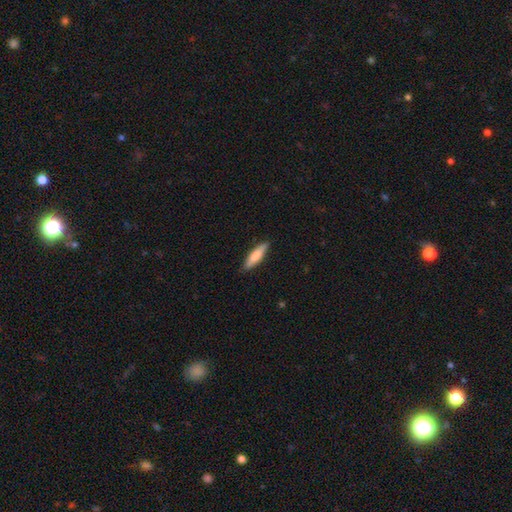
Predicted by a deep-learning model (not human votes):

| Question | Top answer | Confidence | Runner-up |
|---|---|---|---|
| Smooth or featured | smooth | 74% | featured or disk (21%) |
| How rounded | cigar-shaped | 73% | in between (25%) |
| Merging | none | 87% | minor disturbance (10%) |